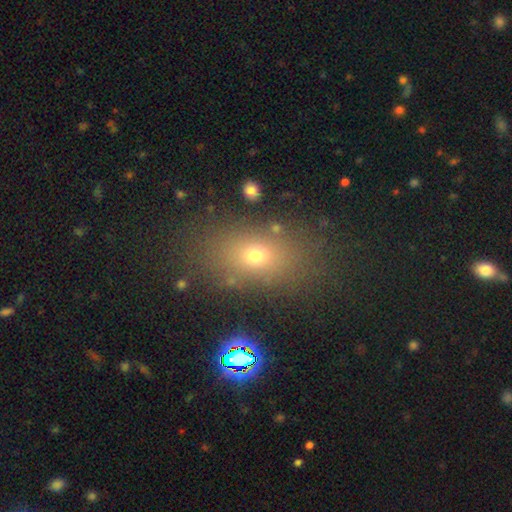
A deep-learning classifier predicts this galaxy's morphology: A smooth galaxy with no disk features (63%) that is in between round and cigar-shaped (74%).

Vote fractions:
- Smooth or featured? smooth: 63% / star or artifact: 22% / featured or disk: 15%
- How rounded? in between: 74% / round: 22% / cigar-shaped: 4%
- Merging? none: 81% / minor disturbance: 10% / major disturbance: 5% / merger: 3%